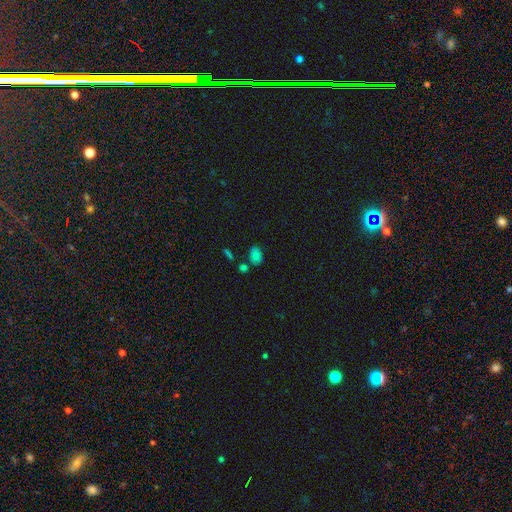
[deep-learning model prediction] Morphology: type=smooth (73%); roundness=in between (70%); merging=none (72%).